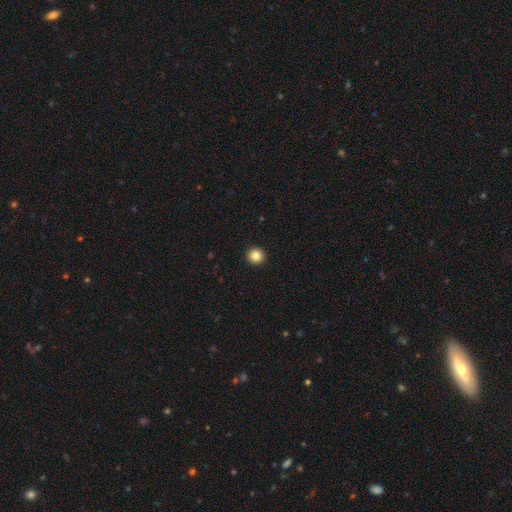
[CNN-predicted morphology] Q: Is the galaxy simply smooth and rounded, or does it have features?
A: smooth — 84%.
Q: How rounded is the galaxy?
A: round — 94%.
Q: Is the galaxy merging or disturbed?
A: none — 94%.